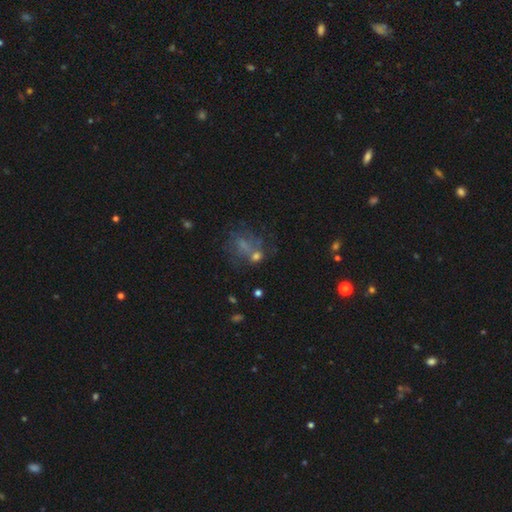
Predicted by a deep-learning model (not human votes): Overall: smooth (45%; featured or disk 32%). Merging: none (38%; merger 24%).